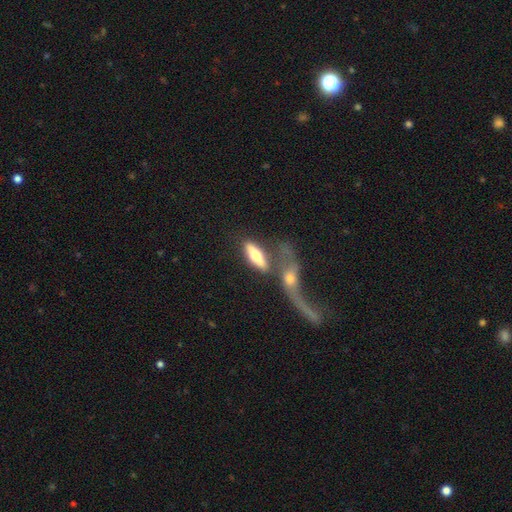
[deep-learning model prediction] A smooth galaxy with no disk features (56%) that is in between round and cigar-shaped (58%).

Vote fractions:
- Smooth or featured? smooth: 56% / featured or disk: 38% / star or artifact: 7%
- How rounded? in between: 58% / cigar-shaped: 38% / round: 4%
- Merging? merger: 45% / none: 33% / minor disturbance: 11% / major disturbance: 11%